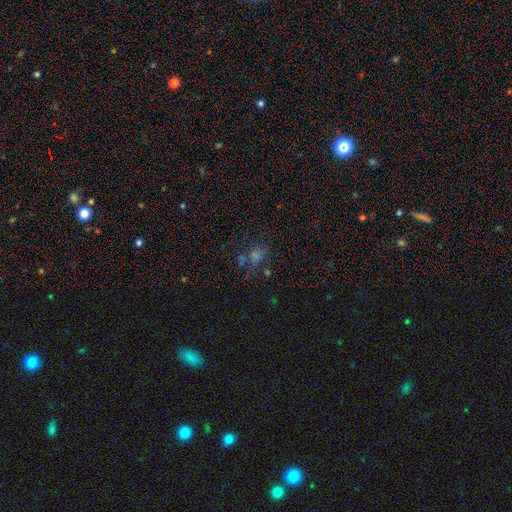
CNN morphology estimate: Smooth or featured?
  - star or artifact: 42% *
  - smooth: 40%
  - featured or disk: 18%